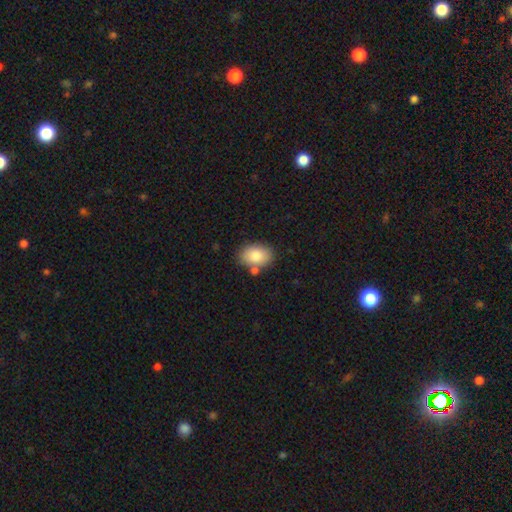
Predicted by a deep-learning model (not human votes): This appears to be a smooth galaxy with no disk features (83%) that is in between round and cigar-shaped (81%). Merging: none (75%).